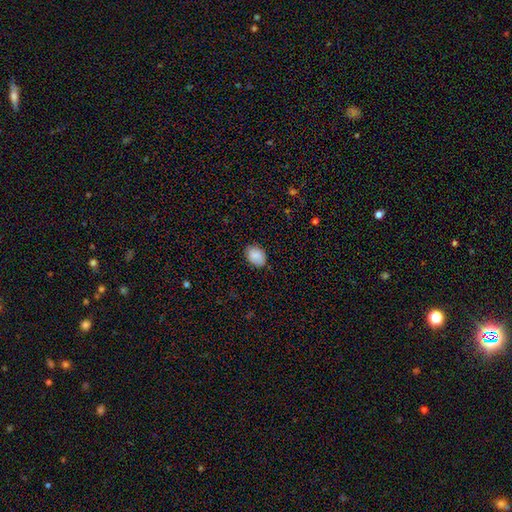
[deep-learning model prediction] Smooth or featured? smooth (86%)
How rounded? in between (77%)
Merging? none (83%)